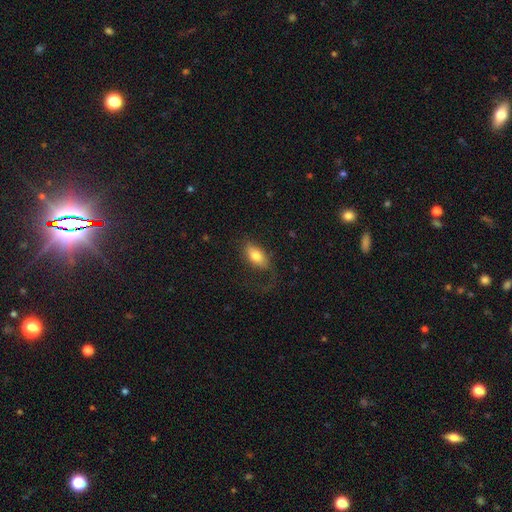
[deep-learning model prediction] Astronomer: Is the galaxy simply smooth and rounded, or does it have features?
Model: smooth — 74%.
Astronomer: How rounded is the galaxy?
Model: in between — 90%.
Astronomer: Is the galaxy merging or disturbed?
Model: none — 54%.